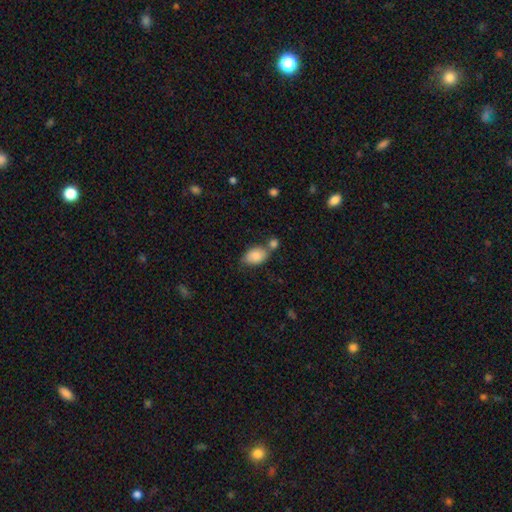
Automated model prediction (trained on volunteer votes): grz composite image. It shows a smooth galaxy with no disk features (83%) that is in between round and cigar-shaped (87%). Merging: none (47%).